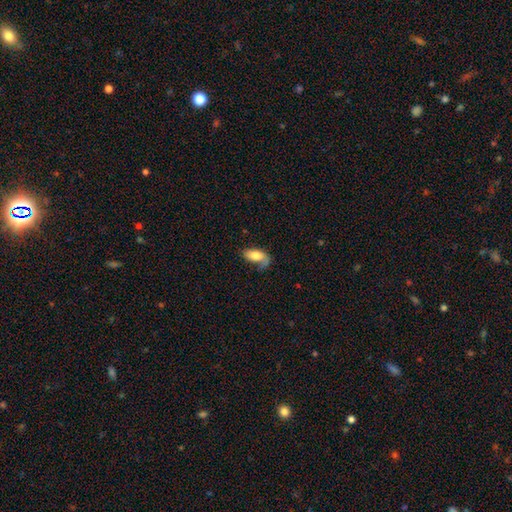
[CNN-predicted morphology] Smooth or featured: smooth — 69% (featured or disk — 24%)
How rounded: in between — 90% (cigar-shaped — 6%)
Merging: none — 42% (minor disturbance — 27%)